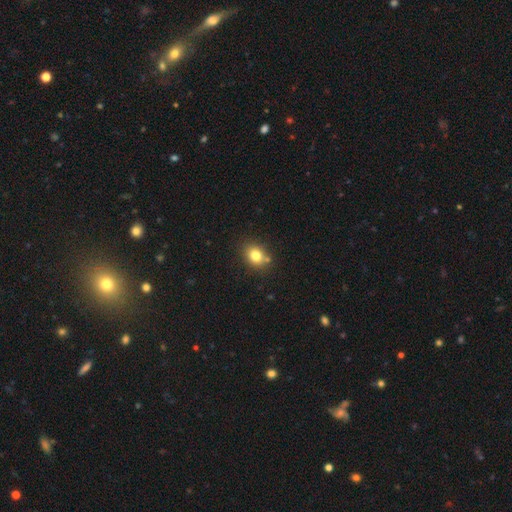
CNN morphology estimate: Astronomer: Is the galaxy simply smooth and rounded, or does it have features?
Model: smooth — 79%.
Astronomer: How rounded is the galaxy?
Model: round — 54% (runner-up: in between, 45%).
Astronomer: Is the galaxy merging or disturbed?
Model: none — 76%.